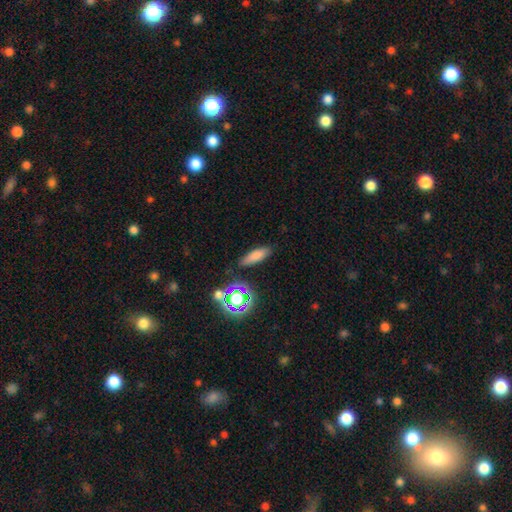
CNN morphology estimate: A smooth galaxy with no disk features (74%) that is in between round and cigar-shaped (52%). Merging: none (82%).